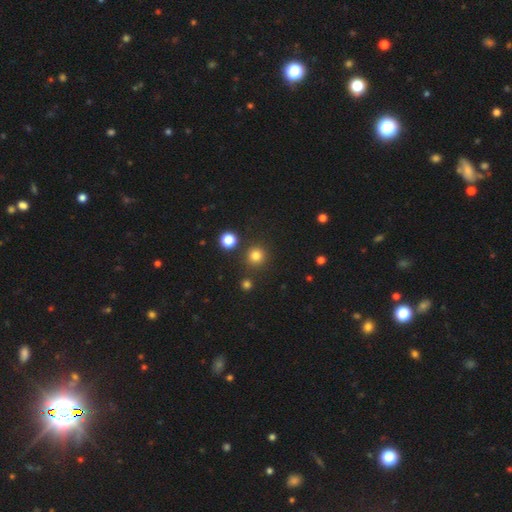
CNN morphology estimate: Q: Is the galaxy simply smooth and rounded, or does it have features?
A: smooth — 80%.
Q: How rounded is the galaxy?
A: round — 94%.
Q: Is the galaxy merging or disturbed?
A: none — 86%.